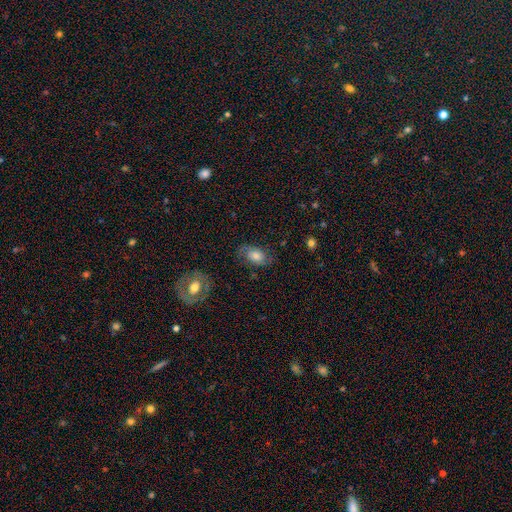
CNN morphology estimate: Smooth or featured? Predicted: smooth (p=0.53). How rounded? Predicted: in between (p=0.85). Merging? Predicted: none (p=0.72).